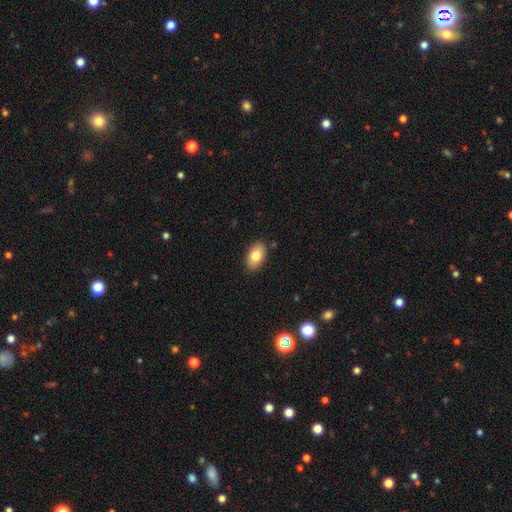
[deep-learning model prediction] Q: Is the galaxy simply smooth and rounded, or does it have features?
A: smooth — 81%.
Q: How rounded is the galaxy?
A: in between — 91%.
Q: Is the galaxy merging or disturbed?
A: none — 87%.